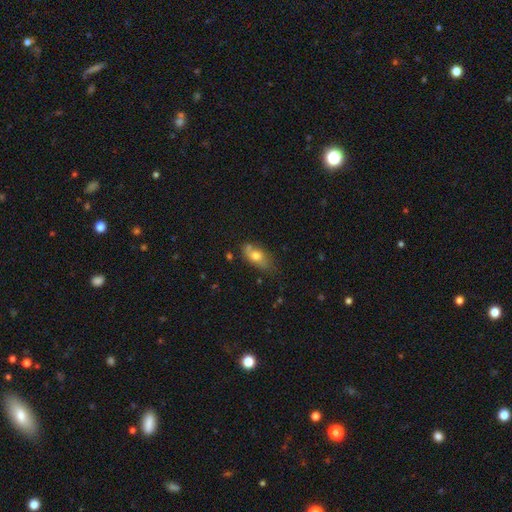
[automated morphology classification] type=smooth (67%); roundness=in between (82%); merging=none (57%).